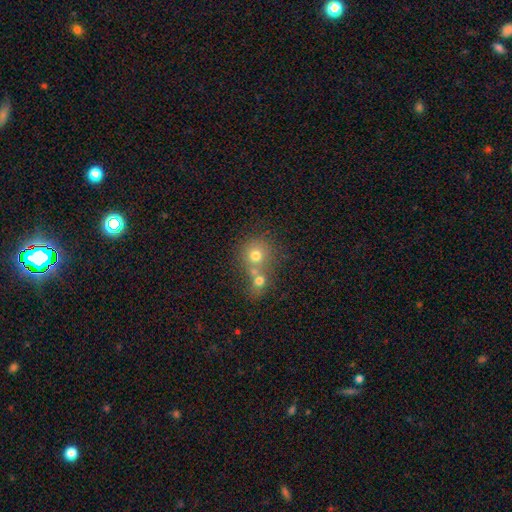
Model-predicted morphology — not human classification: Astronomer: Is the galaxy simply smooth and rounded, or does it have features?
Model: smooth — 70%.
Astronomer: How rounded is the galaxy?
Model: round — 85%.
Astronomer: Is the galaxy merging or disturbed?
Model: merger — 49% (runner-up: none, 40%).